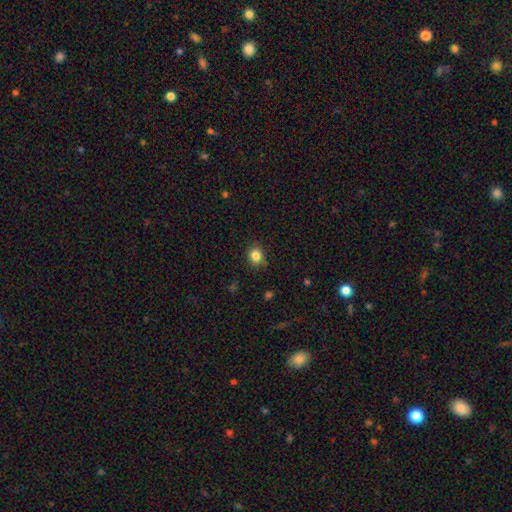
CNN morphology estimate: type=smooth (84%); roundness=round (70%); merging=none (83%).